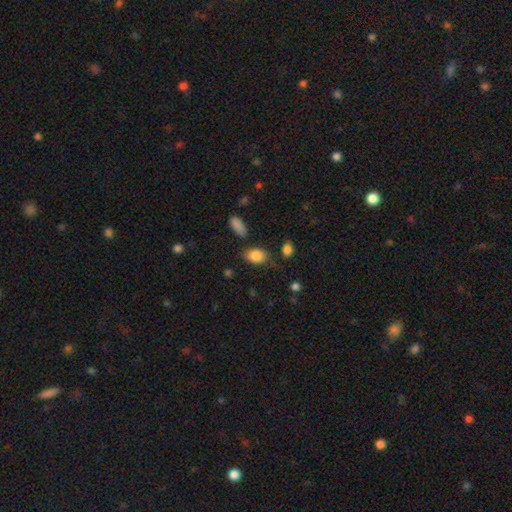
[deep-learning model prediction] Smooth or featured? Predicted: smooth (p=0.85). How rounded? Predicted: in between (p=0.83). Merging? Predicted: none (p=0.73).